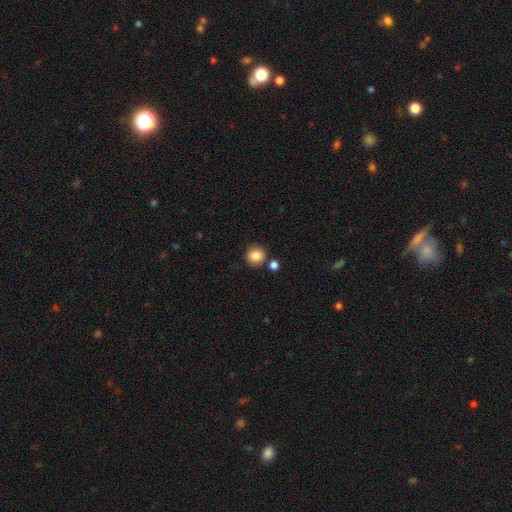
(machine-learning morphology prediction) Q: Smooth or featured?
A: smooth (87%); runner-up: star or artifact (9%)
Q: How rounded?
A: round (89%); runner-up: in between (11%)
Q: Merging?
A: none (78%); runner-up: merger (10%)